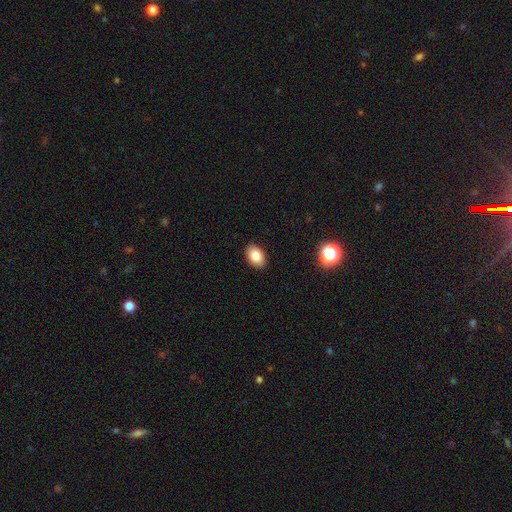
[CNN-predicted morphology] This is clearly a smooth galaxy (83%). How rounded: clearly in between (87%). Merging: clearly none (90%).